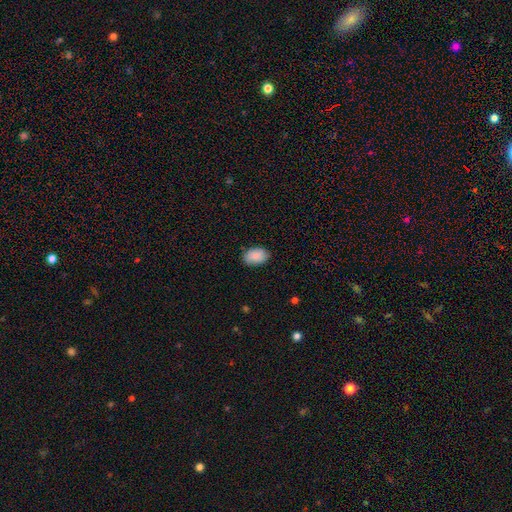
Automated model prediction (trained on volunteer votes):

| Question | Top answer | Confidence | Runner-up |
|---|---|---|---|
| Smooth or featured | smooth | 88% | star or artifact (6%) |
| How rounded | in between | 89% | round (10%) |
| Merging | none | 83% | minor disturbance (14%) |